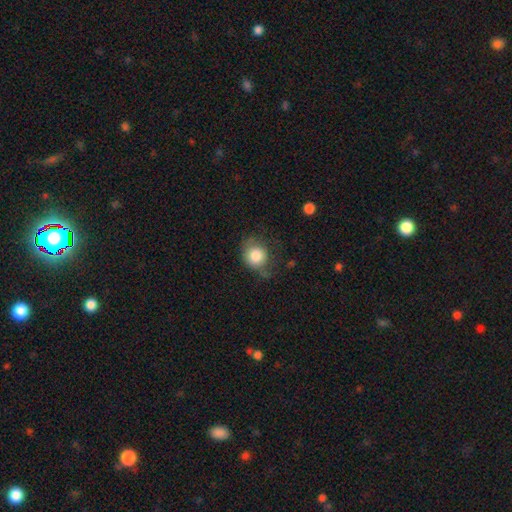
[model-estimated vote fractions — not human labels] Morphology: type=smooth (81%); roundness=round (74%); merging=none (53%).